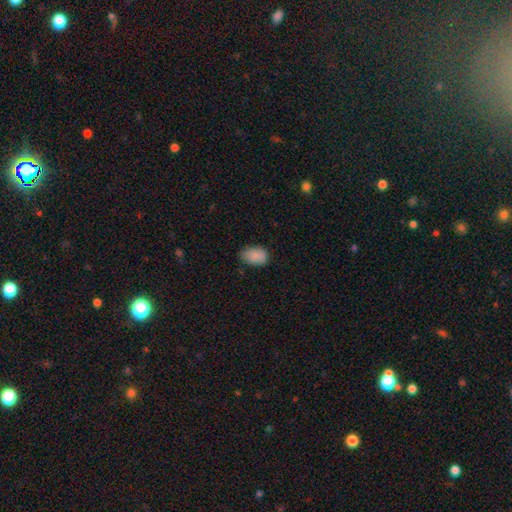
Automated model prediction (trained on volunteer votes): Smooth or featured?
  - smooth: 87% *
  - star or artifact: 8%
  - featured or disk: 5%
How rounded?
  - in between: 85% *
  - round: 14%
  - cigar-shaped: 1%
Merging?
  - none: 71% *
  - minor disturbance: 24%
  - major disturbance: 4%
  - merger: 1%